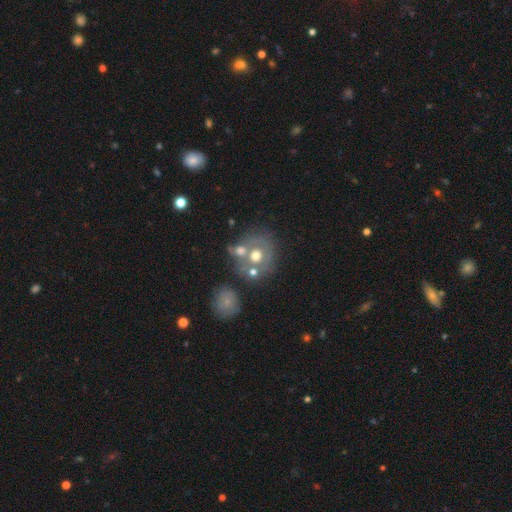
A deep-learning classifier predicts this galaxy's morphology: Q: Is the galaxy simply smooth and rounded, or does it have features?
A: smooth — 49%.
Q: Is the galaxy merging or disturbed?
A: none — 43%.